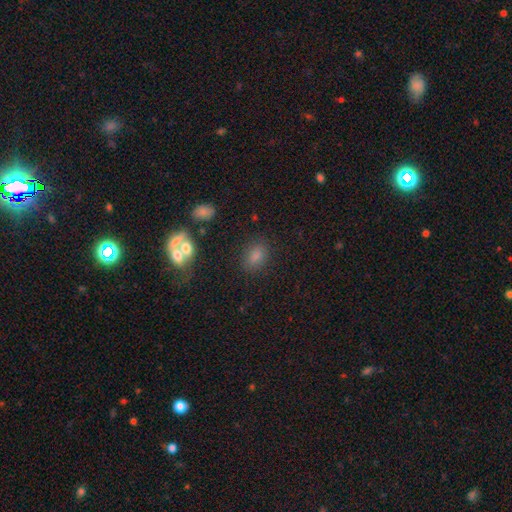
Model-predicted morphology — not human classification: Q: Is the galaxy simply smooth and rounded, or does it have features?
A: smooth — 72%.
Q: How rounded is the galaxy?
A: in between — 71%.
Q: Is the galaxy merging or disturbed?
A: none — 77%.